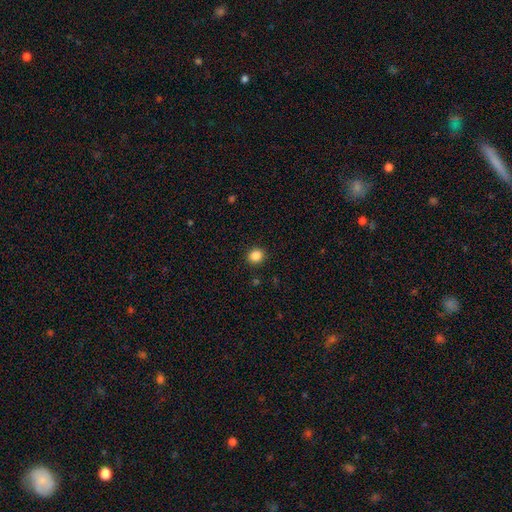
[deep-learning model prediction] smooth-or-featured: smooth: 86% | star or artifact: 11% | featured or disk: 3%
  how-rounded: round: 83% | in between: 16% | cigar-shaped: 1%
  merging: none: 91% | minor disturbance: 6% | major disturbance: 2% | merger: 1%